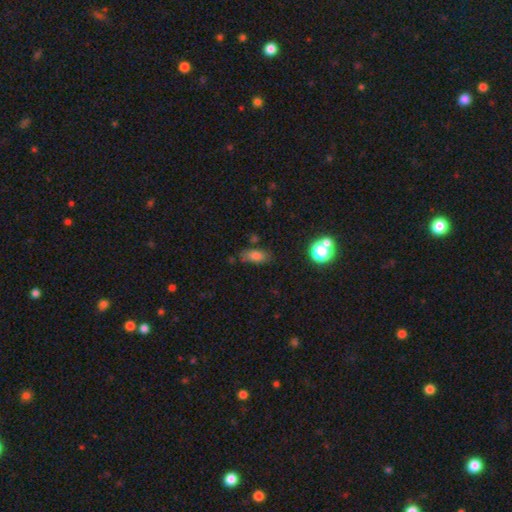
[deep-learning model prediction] Overall: smooth (76%). How rounded: in between (80%). Merging: none (68%).